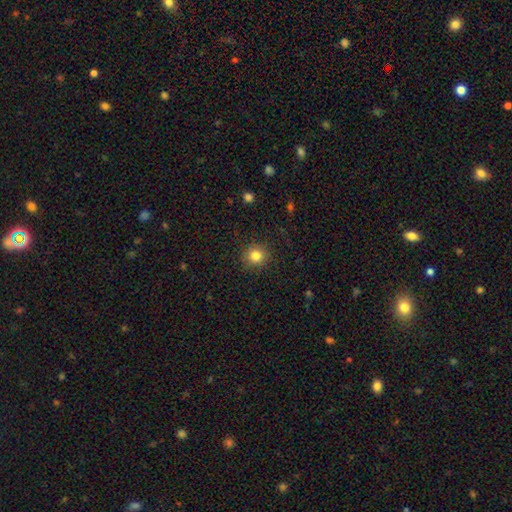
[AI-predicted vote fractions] This appears to be a smooth galaxy with no disk features (84%) that is round (90%). Merging: none (89%).